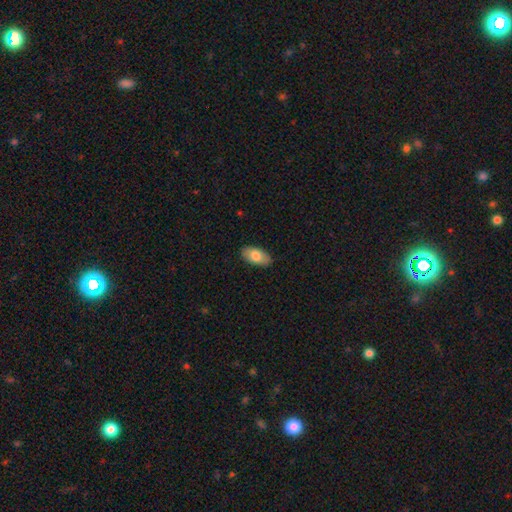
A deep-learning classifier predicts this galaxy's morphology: Smooth or featured: smooth — 80% (featured or disk — 14%)
How rounded: in between — 94% (cigar-shaped — 3%)
Merging: none — 88% (minor disturbance — 9%)